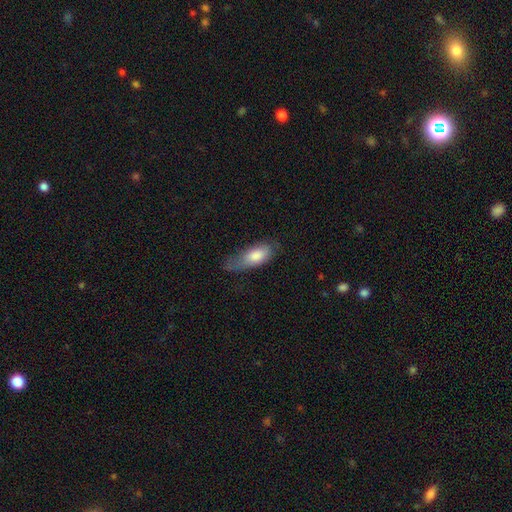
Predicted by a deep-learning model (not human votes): Smooth or featured: smooth — 78% (featured or disk — 16%)
How rounded: in between — 80% (cigar-shaped — 18%)
Merging: minor disturbance — 39% (none — 37%)